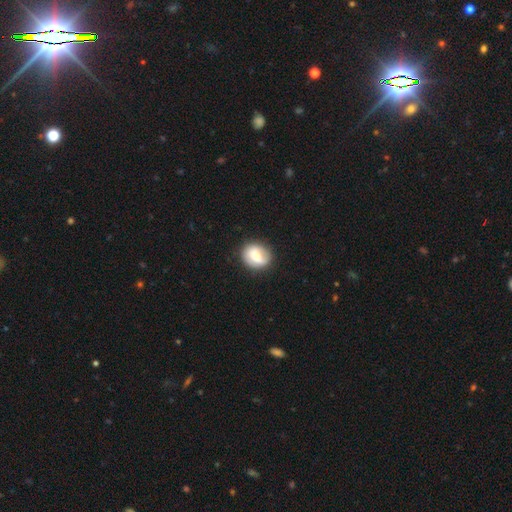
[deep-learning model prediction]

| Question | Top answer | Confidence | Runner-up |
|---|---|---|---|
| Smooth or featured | smooth | 59% | featured or disk (33%) |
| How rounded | round | 65% | in between (34%) |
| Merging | none | 79% | minor disturbance (15%) |